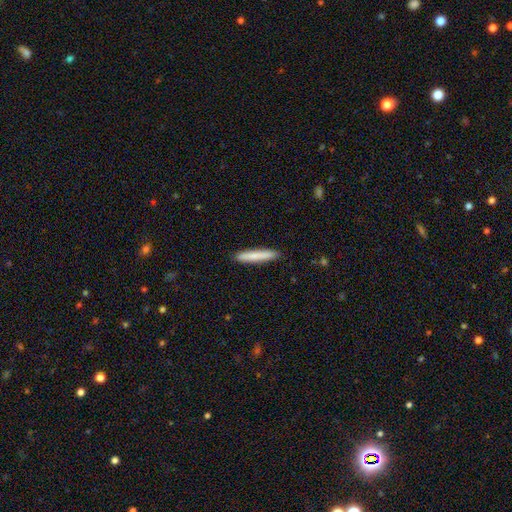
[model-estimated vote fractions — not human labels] A smooth galaxy with no disk features (79%) that is cigar-shaped (94%). Merging: none (91%).